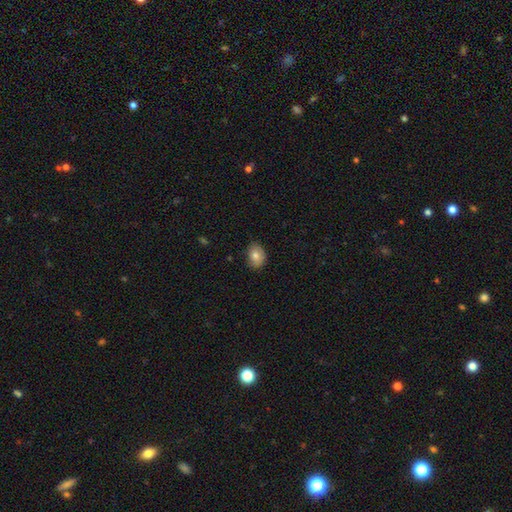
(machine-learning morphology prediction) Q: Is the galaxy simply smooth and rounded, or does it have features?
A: smooth — 80%.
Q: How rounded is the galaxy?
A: in between — 70%.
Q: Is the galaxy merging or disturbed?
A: none — 77%.